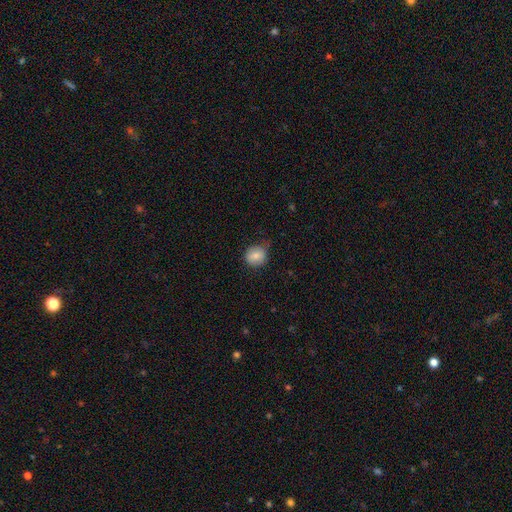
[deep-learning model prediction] This appears to be a smooth galaxy with no disk features (81%) that is round (83%). Merging: none (65%).